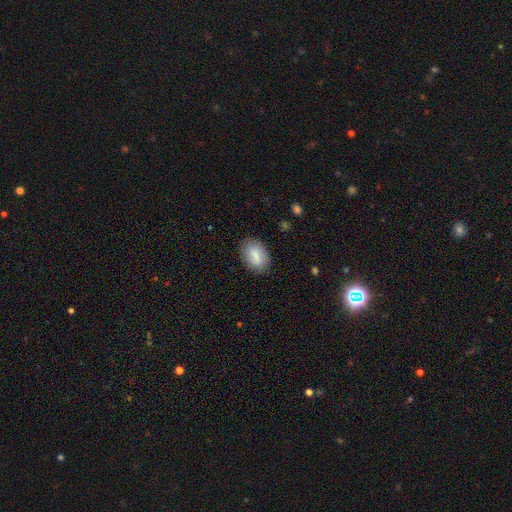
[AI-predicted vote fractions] Smooth or featured: smooth — 77% (featured or disk — 17%)
How rounded: in between — 89% (round — 10%)
Merging: none — 82% (minor disturbance — 14%)